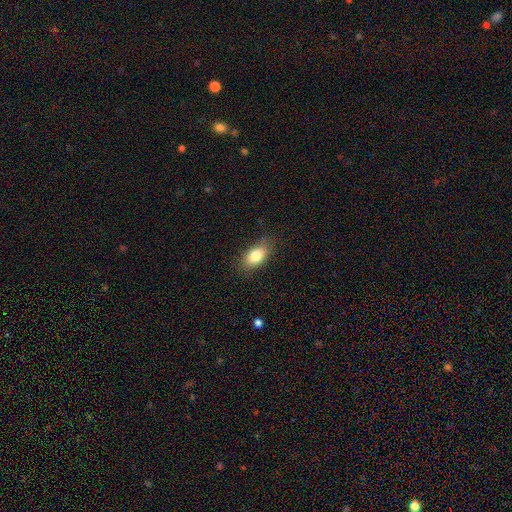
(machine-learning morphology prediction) This appears to be a smooth galaxy with no disk features (81%) that is in between round and cigar-shaped (88%). Merging: none (80%).